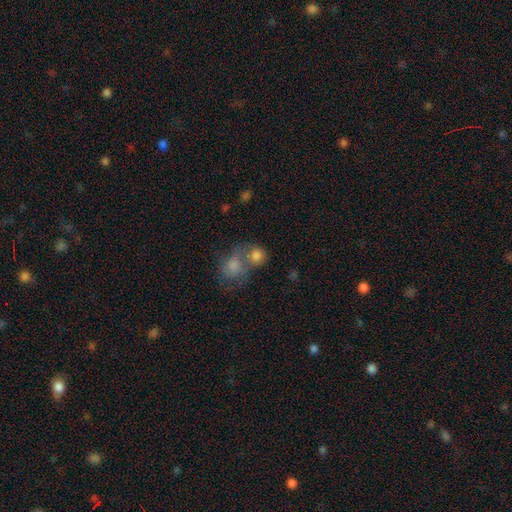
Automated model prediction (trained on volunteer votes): smooth_or_featured: smooth (p=0.52) [alt: star or artifact p=0.25]
how_rounded: round (p=0.71) [alt: in between p=0.27]
merging: merger (p=0.43) [tied with: none p=0.43]